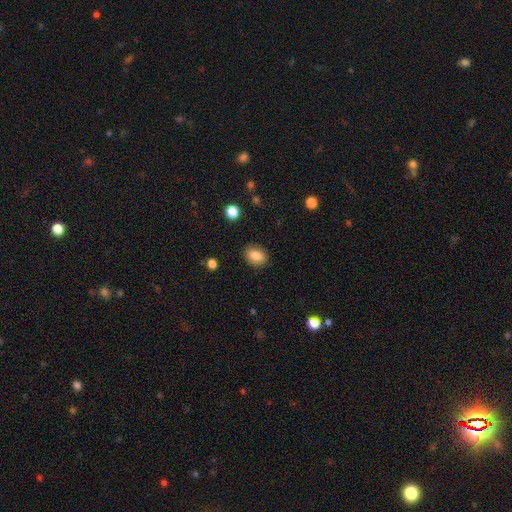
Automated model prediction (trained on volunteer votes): Smooth or featured? Predicted: smooth (p=0.84). How rounded? Predicted: in between (p=0.63). Merging? Predicted: none (p=0.88).